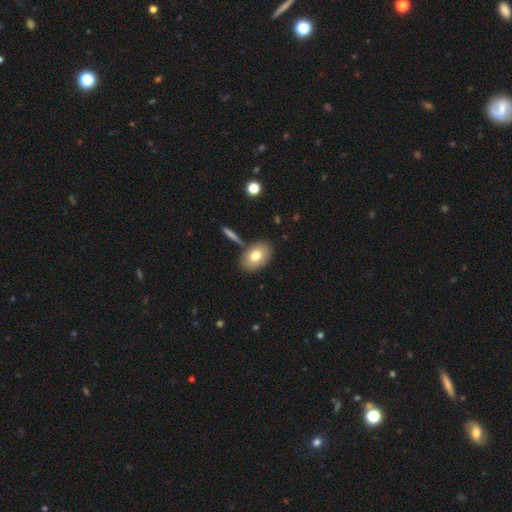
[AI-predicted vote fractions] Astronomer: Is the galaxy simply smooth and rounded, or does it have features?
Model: smooth — 75%.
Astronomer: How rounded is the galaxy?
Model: in between — 86%.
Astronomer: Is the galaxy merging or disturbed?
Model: none — 77%.